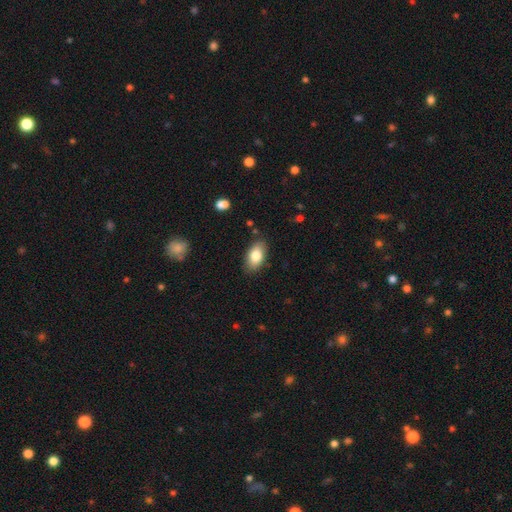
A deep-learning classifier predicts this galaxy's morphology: smooth_or_featured: smooth (p=0.81) [alt: featured or disk p=0.12]
how_rounded: in between (p=0.92) [alt: round p=0.05]
merging: none (p=0.85) [alt: minor disturbance p=0.11]